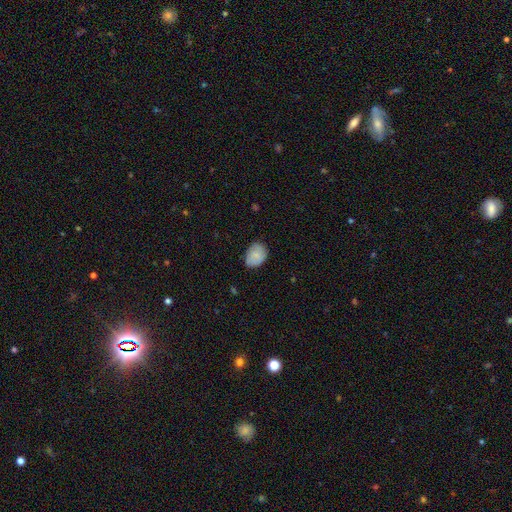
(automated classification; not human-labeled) Smooth or featured? Predicted: smooth (p=0.80). How rounded? Predicted: in between (p=0.65). Merging? Predicted: none (p=0.73).